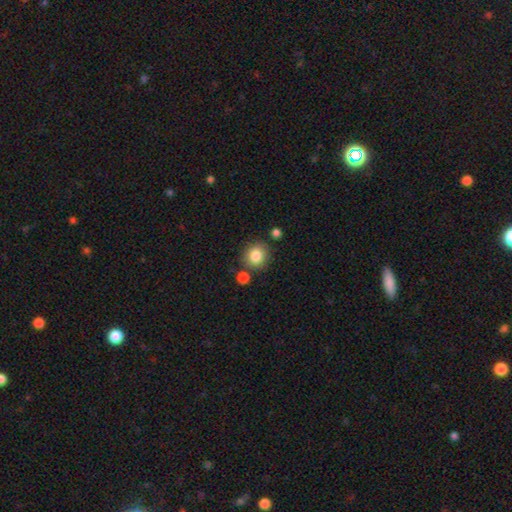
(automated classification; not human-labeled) The model was most divided on "merging": none: 78%, minor disturbance: 10%, merger: 8%, major disturbance: 3%. More confident: smooth or featured — smooth (84%); how rounded — round (83%).